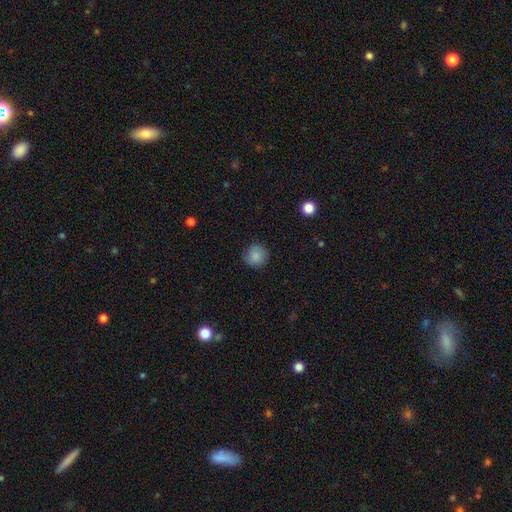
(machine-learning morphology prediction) Smooth or featured: smooth — 84% (star or artifact — 9%)
How rounded: round — 93% (in between — 6%)
Merging: none — 82% (minor disturbance — 14%)